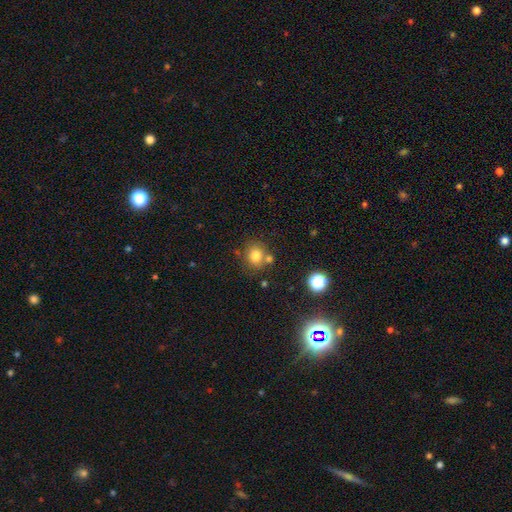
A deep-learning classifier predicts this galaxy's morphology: The model was most divided on "merging": none: 67%, merger: 16%, minor disturbance: 12%, major disturbance: 4%. More confident: smooth or featured — smooth (78%); how rounded — round (76%).